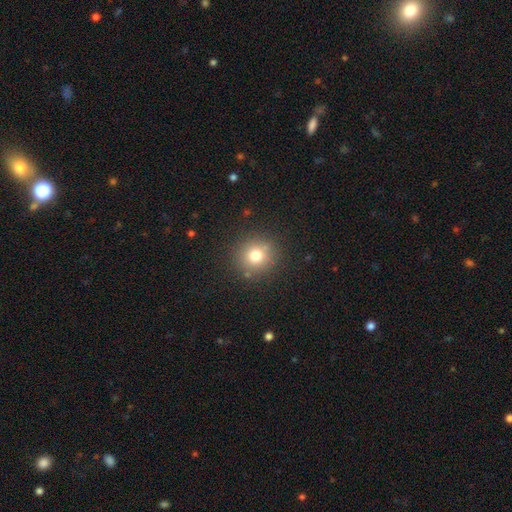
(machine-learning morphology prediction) type=smooth (77%); roundness=round (91%); merging=none (85%).